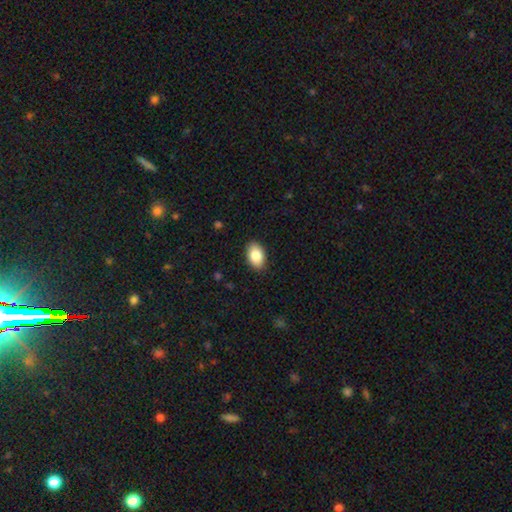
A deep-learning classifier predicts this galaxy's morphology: Smooth or featured? smooth (85%)
How rounded? in between (91%)
Merging? none (88%)